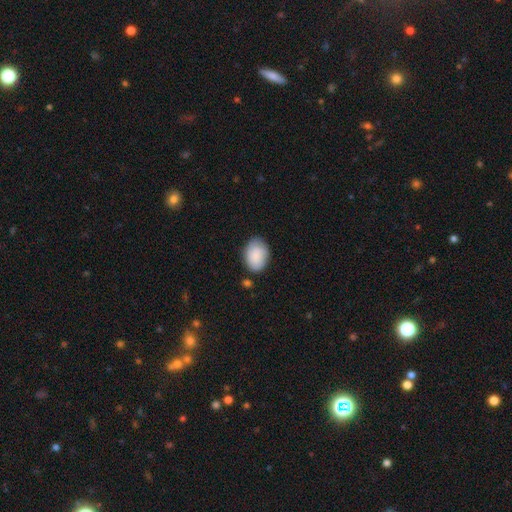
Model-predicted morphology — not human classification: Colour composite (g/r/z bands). It shows a smooth galaxy with no disk features (88%) that is in between round and cigar-shaped (79%). Merging: none (73%).